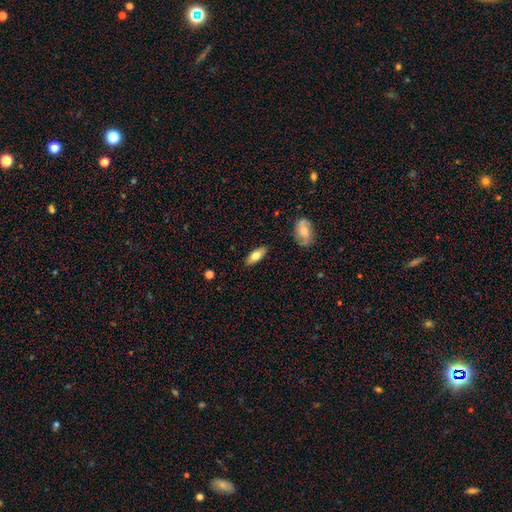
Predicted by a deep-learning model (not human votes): smooth 72%, featured or disk 22%, star or artifact 6%. Down the decision tree: how rounded — in between (76%); merging — none (87%).